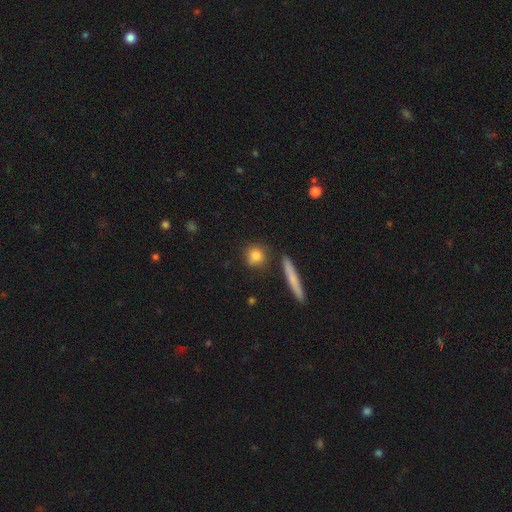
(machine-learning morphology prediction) Smooth or featured? Predicted: smooth (p=0.82). How rounded? Predicted: round (p=0.73). Merging? Predicted: none (p=0.80).